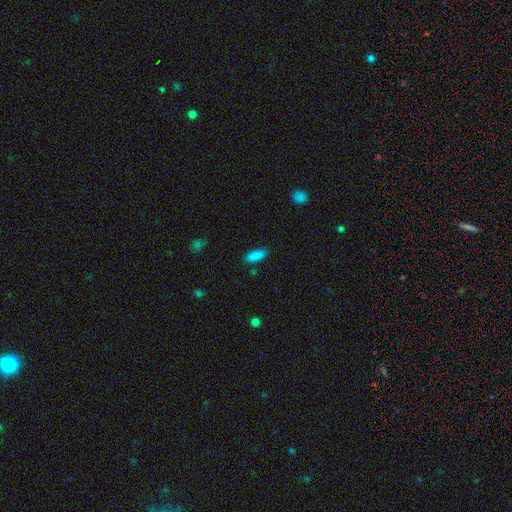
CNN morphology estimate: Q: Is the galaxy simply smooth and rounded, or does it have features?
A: smooth — 88%.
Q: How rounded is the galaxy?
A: in between — 73%.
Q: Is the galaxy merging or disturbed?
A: none — 85%.